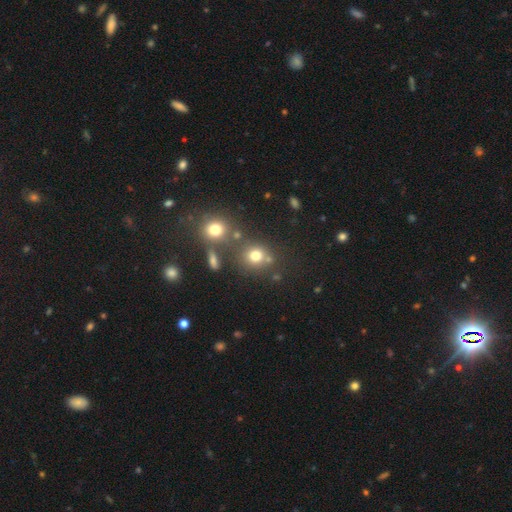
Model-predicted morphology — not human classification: Smooth or featured? smooth (74%)
How rounded? round (83%)
Merging? none (63%)